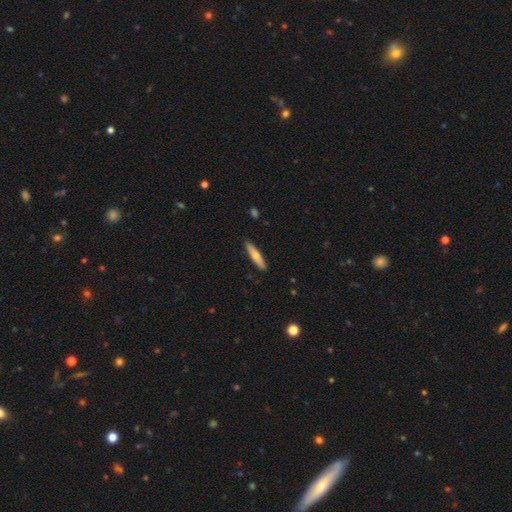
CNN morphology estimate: Smooth or featured? Predicted: smooth (p=0.60). How rounded? Predicted: cigar-shaped (p=0.84). Merging? Predicted: none (p=0.90).